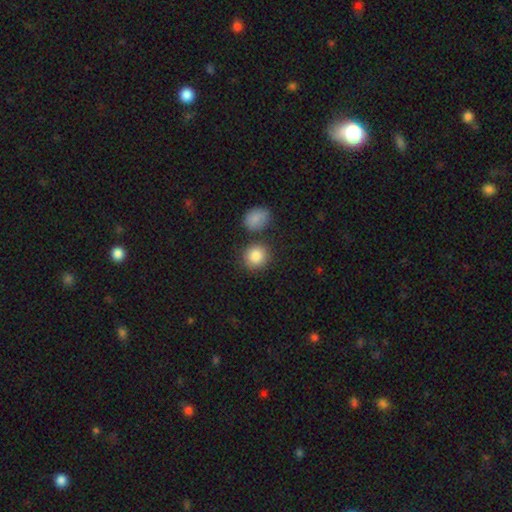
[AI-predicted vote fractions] A smooth galaxy with no disk features (87%) that is round (86%). Merging: none (75%).